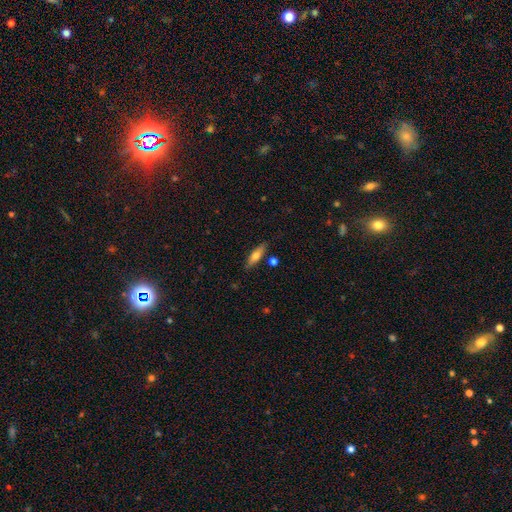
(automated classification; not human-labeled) Smooth or featured?
  - smooth: 63% *
  - featured or disk: 30%
  - star or artifact: 7%
How rounded?
  - cigar-shaped: 60% *
  - in between: 38%
  - round: 2%
Merging?
  - none: 82% *
  - minor disturbance: 12%
  - merger: 4%
  - major disturbance: 2%